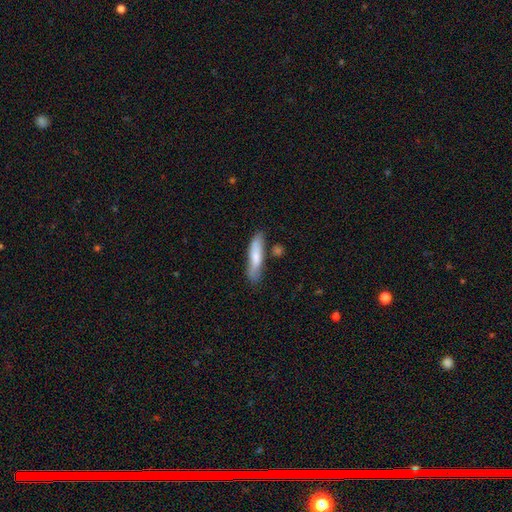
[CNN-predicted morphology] The model was most divided on "smooth or featured": smooth: 71%, featured or disk: 23%, star or artifact: 6%. More confident: how rounded — cigar-shaped (78%); merging — none (70%).